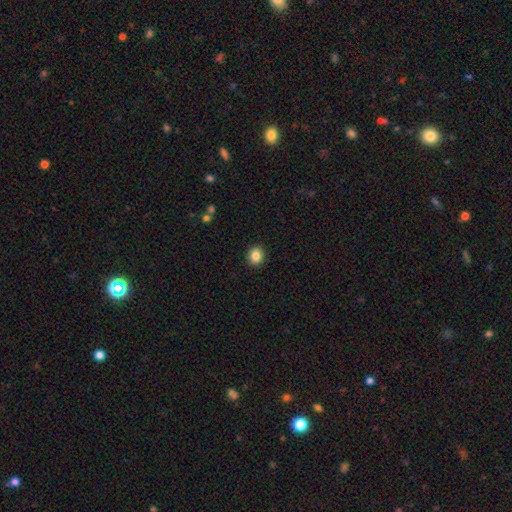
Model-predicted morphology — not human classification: This appears to be a smooth galaxy with no disk features (86%) that is round (75%). Merging: none (92%).